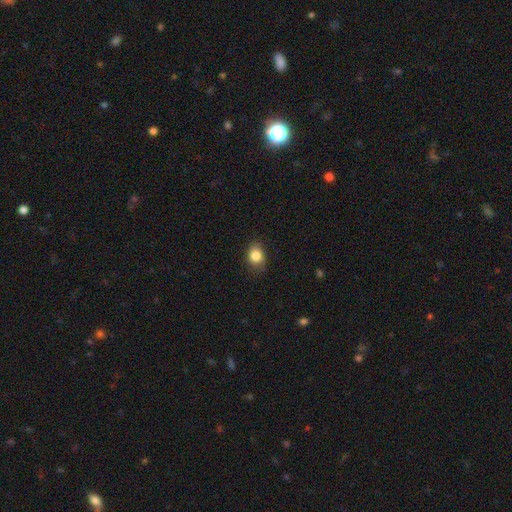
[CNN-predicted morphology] Overall: smooth (84%). How rounded: in between (57%; round 42%). Merging: none (76%).